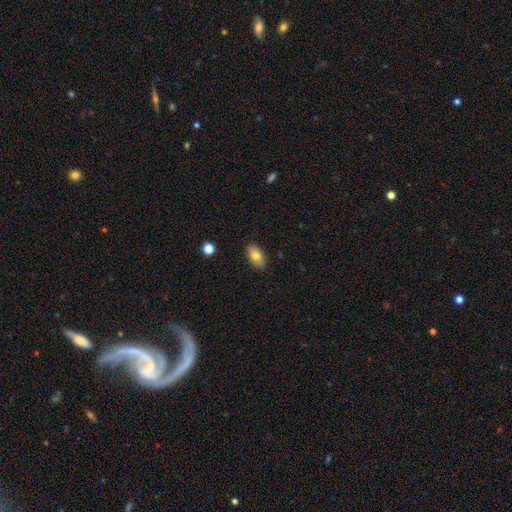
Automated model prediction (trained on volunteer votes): This appears to be a smooth galaxy with no disk features (78%) that is in between round and cigar-shaped (92%). Merging: none (87%).